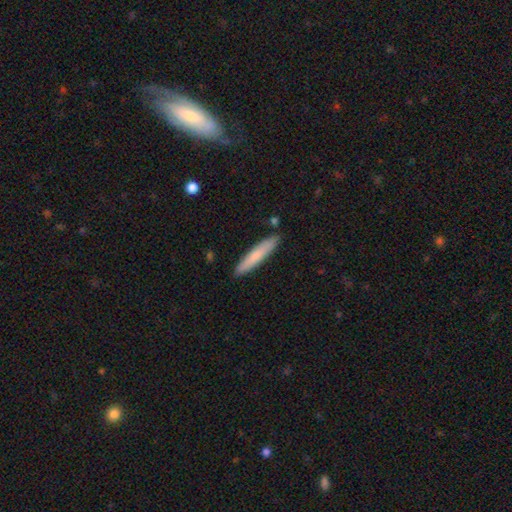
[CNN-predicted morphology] This appears to be a smooth galaxy with no disk features (72%) that is cigar-shaped (91%). Merging: none (89%).